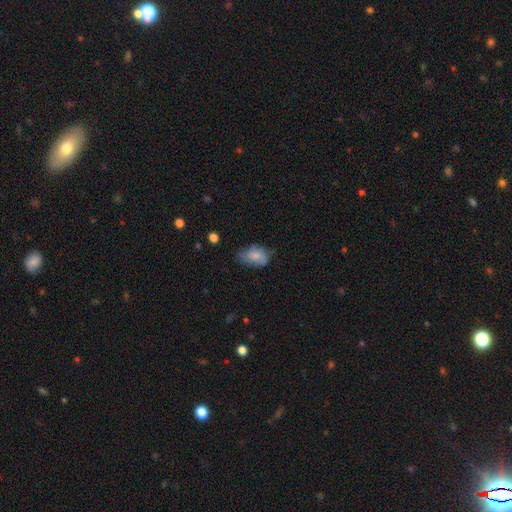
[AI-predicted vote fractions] smooth-or-featured: smooth: 74% | featured or disk: 18% | star or artifact: 8%
  how-rounded: in between: 87% | round: 12% | cigar-shaped: 2%
  merging: none: 45% | minor disturbance: 38% | major disturbance: 15% | merger: 2%